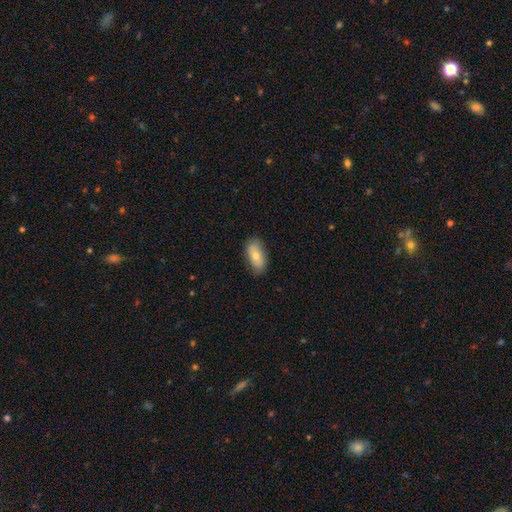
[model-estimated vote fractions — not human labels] Smooth or featured?
  - smooth: 72% *
  - featured or disk: 21%
  - star or artifact: 6%
How rounded?
  - in between: 90% *
  - cigar-shaped: 7%
  - round: 4%
Merging?
  - none: 84% *
  - minor disturbance: 13%
  - major disturbance: 2%
  - merger: 1%